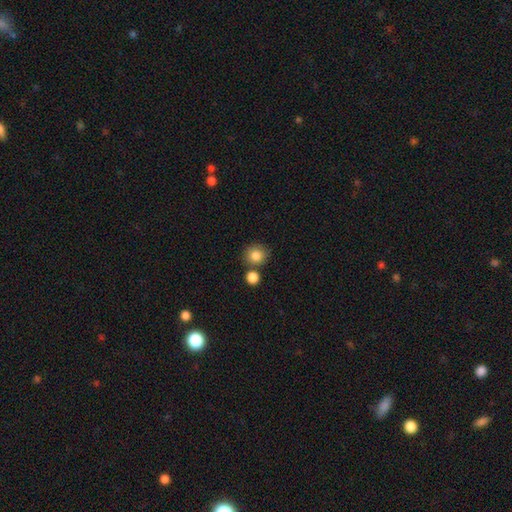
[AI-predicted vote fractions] smooth-or-featured: smooth: 85% | star or artifact: 10% | featured or disk: 6%
  how-rounded: round: 86% | in between: 13% | cigar-shaped: 1%
  merging: none: 72% | merger: 15% | minor disturbance: 10% | major disturbance: 3%